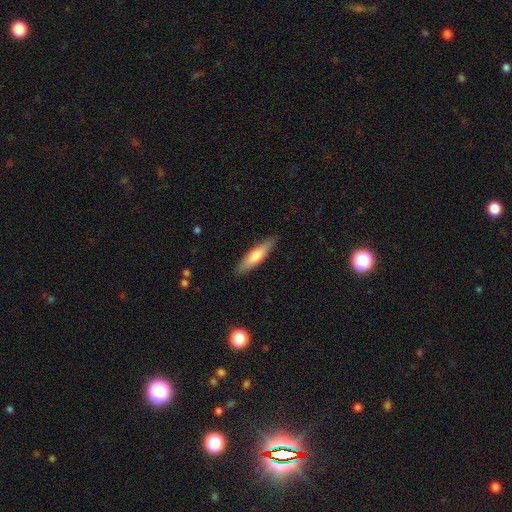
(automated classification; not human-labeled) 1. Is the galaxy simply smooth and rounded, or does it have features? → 64% smooth, 30% featured or disk, 5% star or artifact.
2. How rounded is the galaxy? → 78% cigar-shaped, 21% in between, 1% round.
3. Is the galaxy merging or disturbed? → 88% none, 9% minor disturbance, 2% major disturbance, 1% merger.